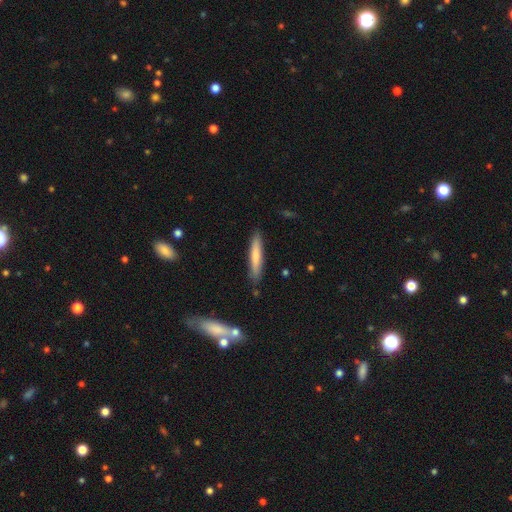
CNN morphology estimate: smooth 70%, featured or disk 24%, star or artifact 6%. Down the decision tree: how rounded — cigar-shaped (90%); merging — none (86%).